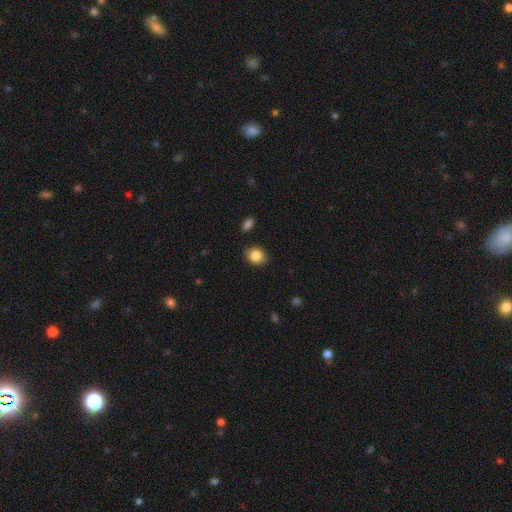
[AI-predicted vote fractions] A smooth galaxy with no disk features (85%) that is round (57%). Merging: none (86%).